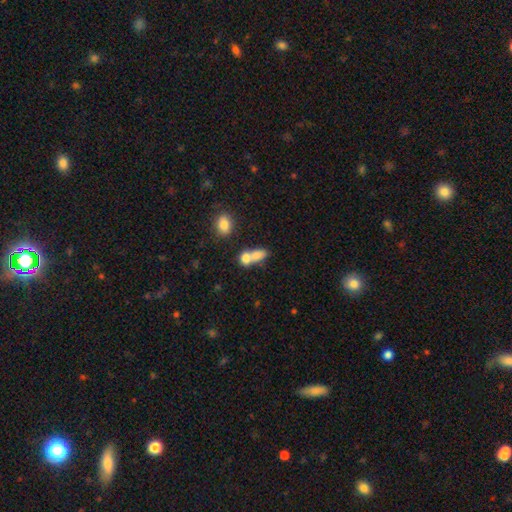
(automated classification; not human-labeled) A smooth galaxy with no disk features (77%) that is in between round and cigar-shaped (66%).

Vote fractions:
- Smooth or featured? smooth: 77% / featured or disk: 13% / star or artifact: 10%
- How rounded? in between: 66% / round: 26% / cigar-shaped: 7%
- Merging? merger: 64% / none: 23% / minor disturbance: 8% / major disturbance: 5%